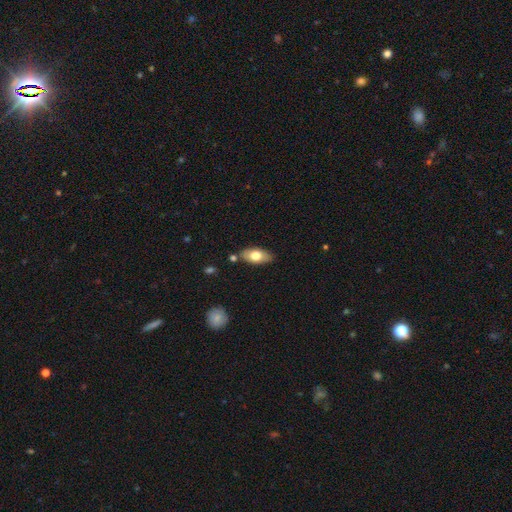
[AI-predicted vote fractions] This appears to be a smooth galaxy with no disk features (71%) that is in between round and cigar-shaped (90%). Merging: none (80%).